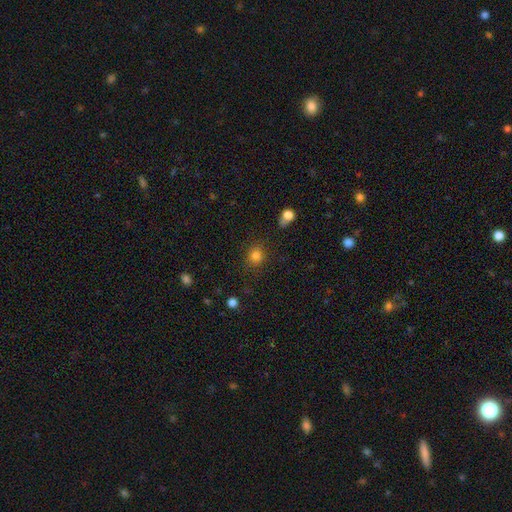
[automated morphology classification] Smooth or featured?
  - smooth: 82% *
  - star or artifact: 13%
  - featured or disk: 5%
How rounded?
  - round: 82% *
  - in between: 17%
  - cigar-shaped: 1%
Merging?
  - none: 85% *
  - minor disturbance: 9%
  - major disturbance: 3%
  - merger: 3%